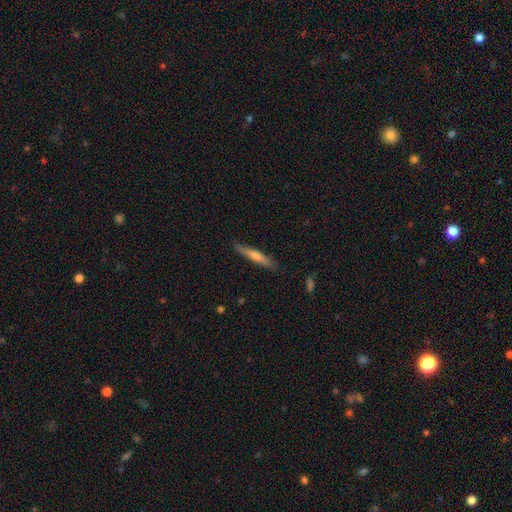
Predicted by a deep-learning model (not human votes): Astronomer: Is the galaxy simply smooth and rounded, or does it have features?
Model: featured or disk — 52% (runner-up: smooth, 42%).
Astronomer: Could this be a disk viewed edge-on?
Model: yes — 95%.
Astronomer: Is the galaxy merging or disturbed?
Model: none — 88%.